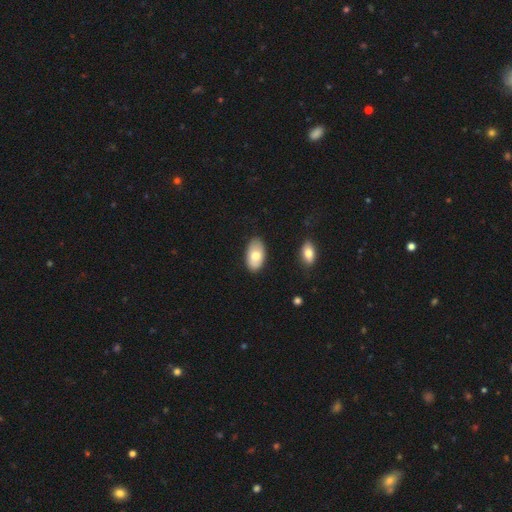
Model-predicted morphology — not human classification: A smooth galaxy with no disk features (75%) that is in between round and cigar-shaped (95%).

Vote fractions:
- Smooth or featured? smooth: 75% / featured or disk: 19% / star or artifact: 6%
- How rounded? in between: 95% / round: 4% / cigar-shaped: 2%
- Merging? none: 84% / minor disturbance: 12% / major disturbance: 2% / merger: 2%